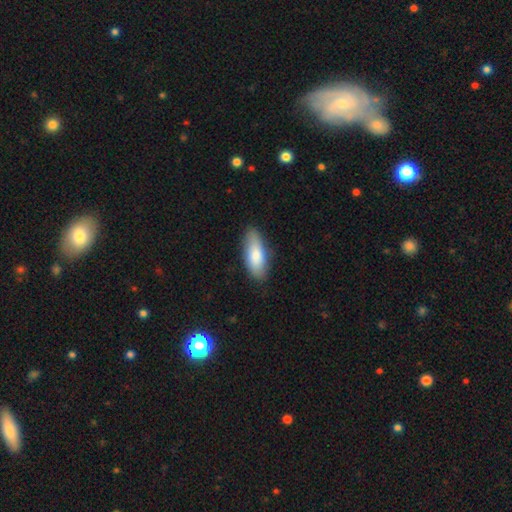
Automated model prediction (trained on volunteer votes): Smooth or featured?
  - smooth: 81% *
  - featured or disk: 13%
  - star or artifact: 6%
How rounded?
  - in between: 78% *
  - cigar-shaped: 20%
  - round: 2%
Merging?
  - none: 81% *
  - minor disturbance: 15%
  - major disturbance: 3%
  - merger: 1%